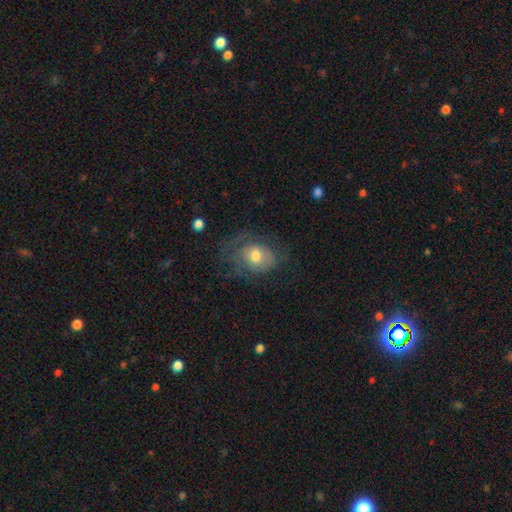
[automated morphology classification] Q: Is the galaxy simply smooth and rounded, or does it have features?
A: smooth — 51%.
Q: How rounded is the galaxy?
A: in between — 58%.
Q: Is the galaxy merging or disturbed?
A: none — 46%.